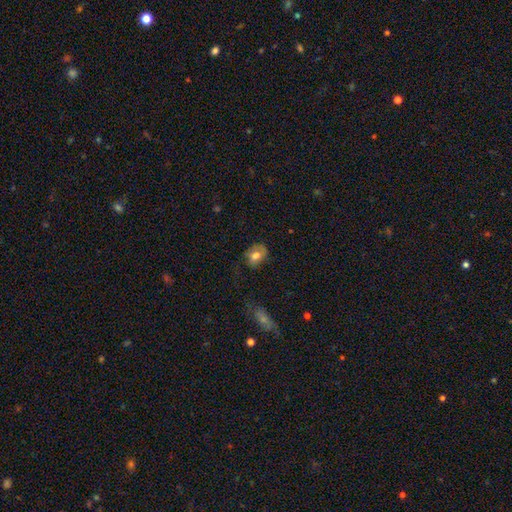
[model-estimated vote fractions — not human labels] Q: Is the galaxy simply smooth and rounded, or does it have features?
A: smooth — 67%.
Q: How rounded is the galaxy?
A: in between — 70%.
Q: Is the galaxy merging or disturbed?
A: none — 59%.